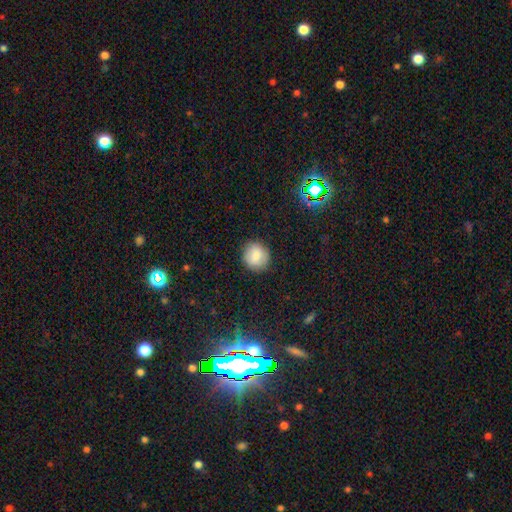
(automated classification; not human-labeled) Overall: smooth (80%). How rounded: round (86%). Merging: none (86%).